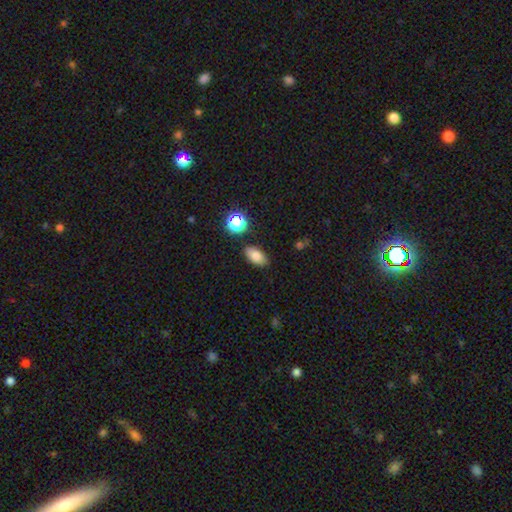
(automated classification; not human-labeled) Smooth or featured: smooth — 80% (star or artifact — 11%)
How rounded: in between — 88% (round — 7%)
Merging: none — 84% (minor disturbance — 10%)